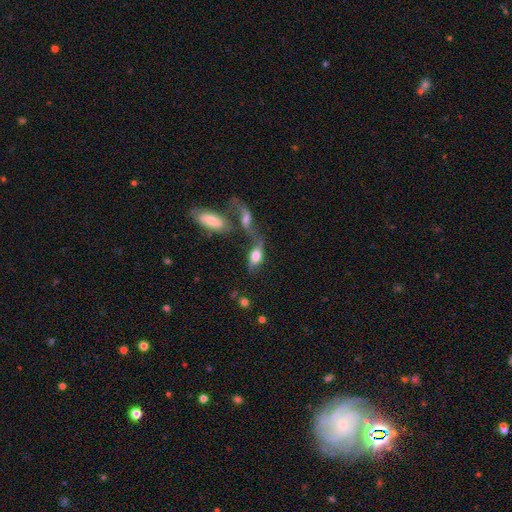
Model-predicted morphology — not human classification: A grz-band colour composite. It shows a smooth galaxy with no disk features (58%) that is in between round and cigar-shaped (83%). Merging: merger (42%).